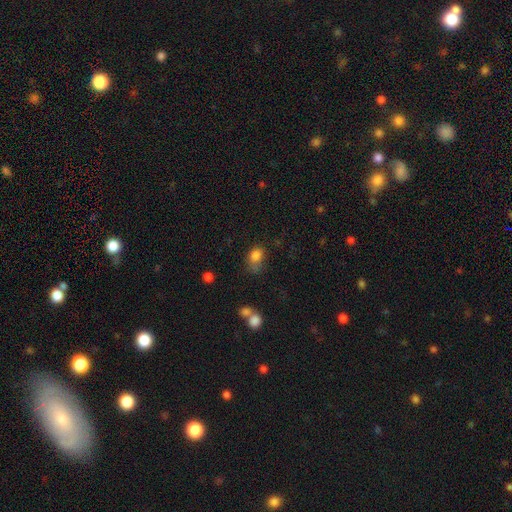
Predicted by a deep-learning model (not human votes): This is clearly a smooth galaxy (81%). How rounded: likely in between (63%). Merging: possibly none (45%).